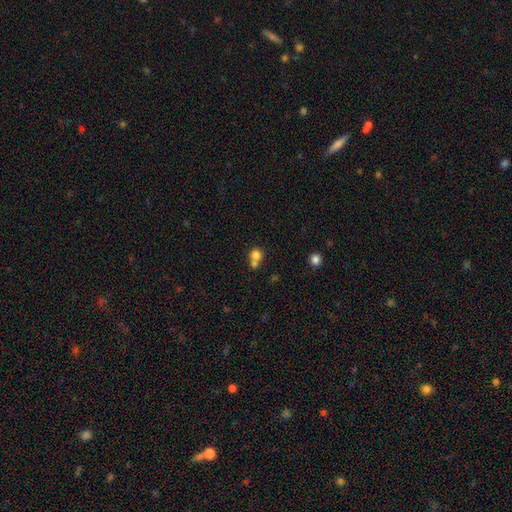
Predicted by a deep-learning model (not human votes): The model was most divided on "merging": merger: 54%, none: 36%, minor disturbance: 6%, major disturbance: 3%. More confident: how rounded — round (81%); smooth or featured — smooth (77%).